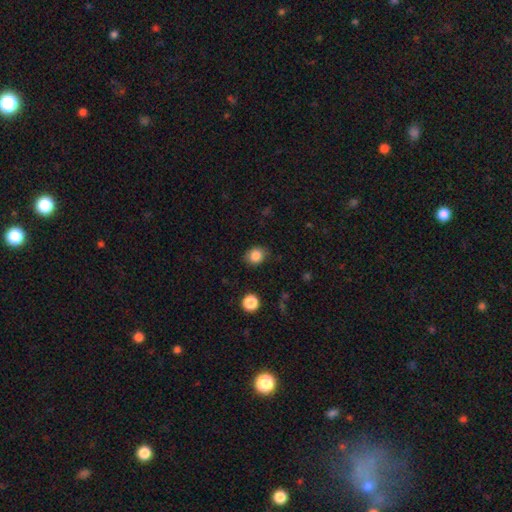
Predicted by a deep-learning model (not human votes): Smooth or featured? smooth (85%)
How rounded? round (64%)
Merging? none (82%)